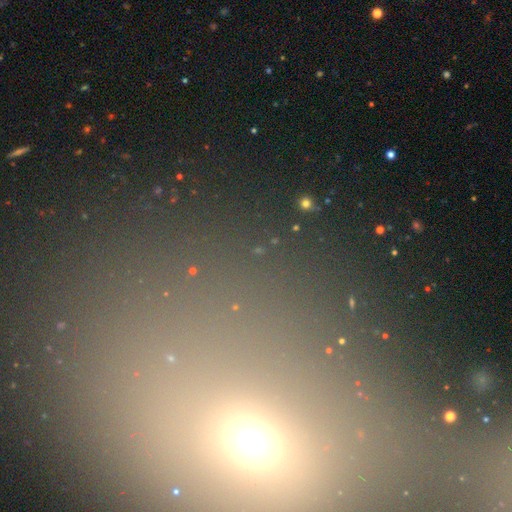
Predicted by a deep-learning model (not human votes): A star or artifact, not a galaxy (52%).

Vote fractions:
- Smooth or featured? star or artifact: 52% / smooth: 35% / featured or disk: 13%